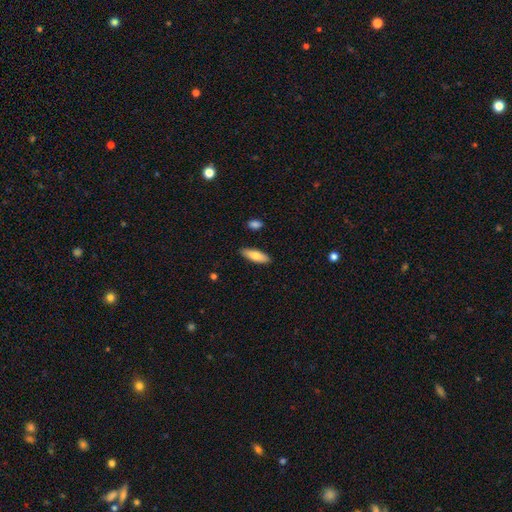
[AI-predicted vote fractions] Smooth or featured? smooth (79%)
How rounded? in between (55%)
Merging? none (88%)